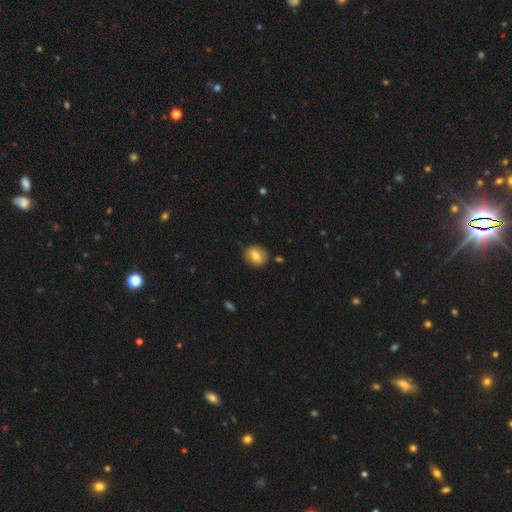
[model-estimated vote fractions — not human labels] This is likely a smooth galaxy (74%). How rounded: likely round (74%). Merging: clearly none (86%).